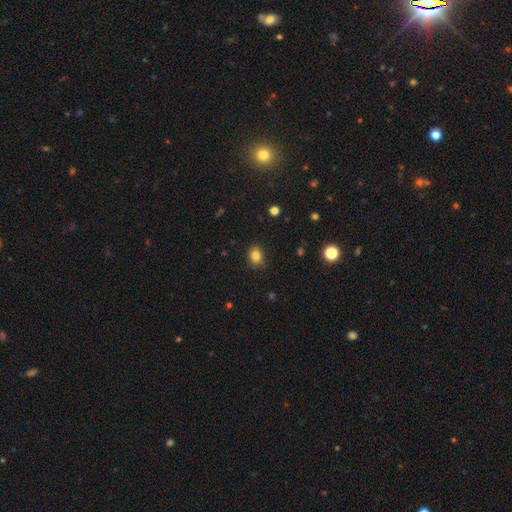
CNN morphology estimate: Smooth or featured? Predicted: smooth (p=0.83). How rounded? Predicted: in between (p=0.59). Merging? Predicted: none (p=0.81).